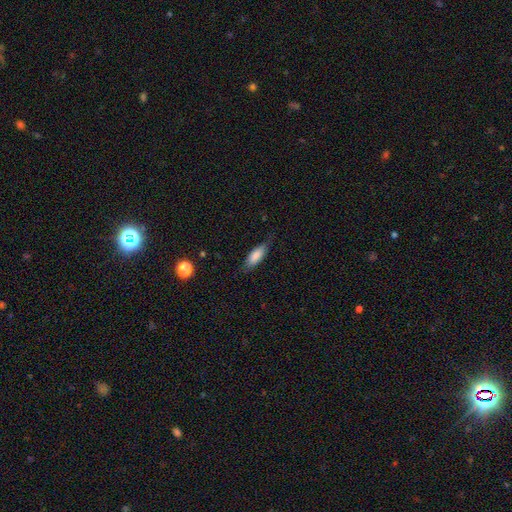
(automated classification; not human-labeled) Overall: smooth (80%). How rounded: in between (66%; cigar-shaped 32%). Merging: none (74%).